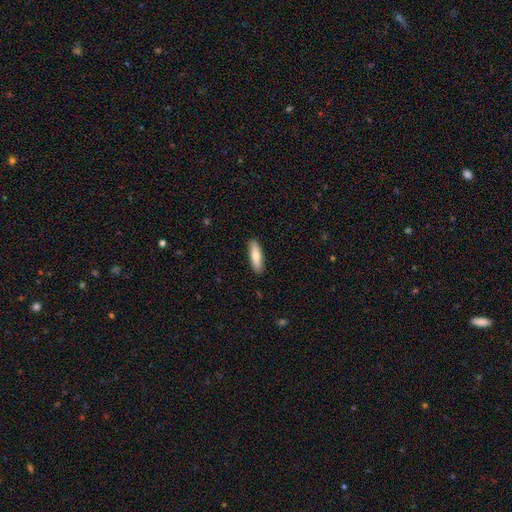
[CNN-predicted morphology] This is likely a smooth galaxy (73%). How rounded: likely cigar-shaped (60%). Merging: clearly none (90%).